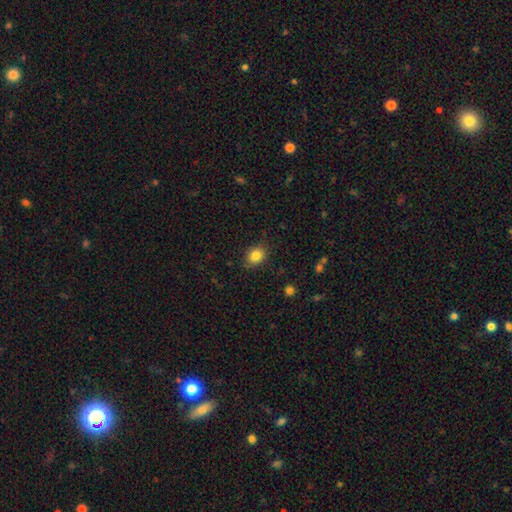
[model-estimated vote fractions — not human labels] This is clearly a smooth galaxy (84%). How rounded: possibly round (52%). Merging: clearly none (84%).